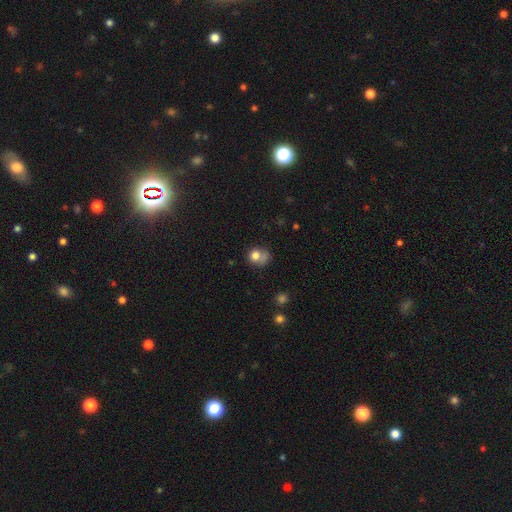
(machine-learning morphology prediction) Smooth or featured?
  - smooth: 76% *
  - featured or disk: 12%
  - star or artifact: 12%
How rounded?
  - round: 68% *
  - in between: 31%
  - cigar-shaped: 1%
Merging?
  - none: 42% *
  - minor disturbance: 26%
  - major disturbance: 18%
  - merger: 14%